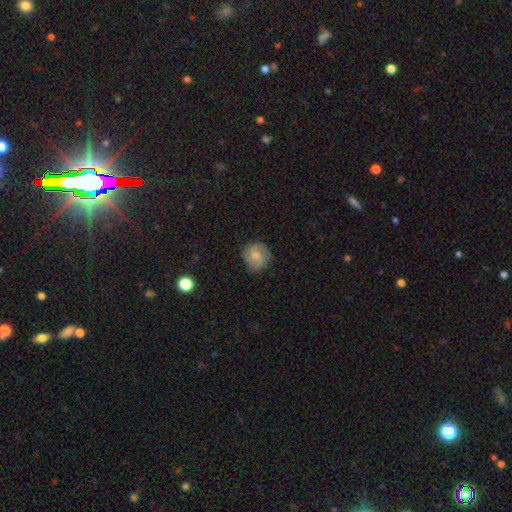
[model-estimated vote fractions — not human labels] A featured or disk galaxy (47%). Merging: none (77%).